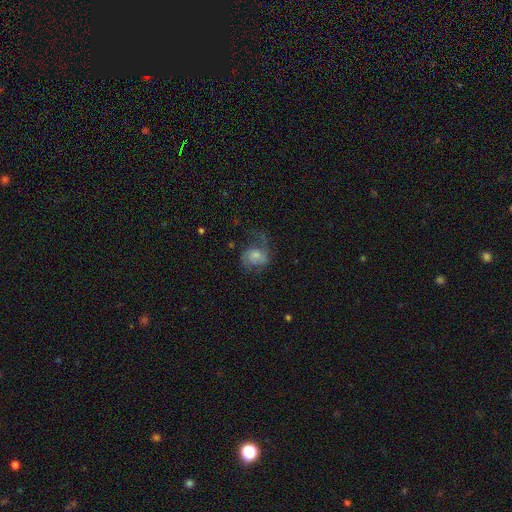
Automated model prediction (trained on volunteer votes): A featured or disk galaxy (54%) with no bar (66%), spiral arms (82%) and a moderate central bulge (39%).

Vote fractions:
- Smooth or featured? featured or disk: 54% / smooth: 36% / star or artifact: 9%
- Edge-on disk? no: 98% / yes: 2%
- Bar? no: 66% / weak: 29% / strong: 5%
- Spiral arms? yes: 82% / no: 18%
- Bulge size? moderate: 39% / small: 33% / none: 14% / large: 12% / dominant: 3%
- Merging? none: 39% / major disturbance: 36% / minor disturbance: 23% / merger: 3%